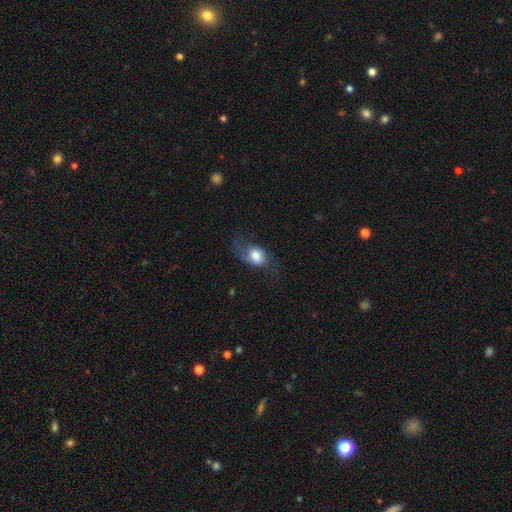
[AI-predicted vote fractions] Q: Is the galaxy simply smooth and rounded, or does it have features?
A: smooth — 69%.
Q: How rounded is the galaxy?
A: in between — 61%.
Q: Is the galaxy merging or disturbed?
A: none — 46%.